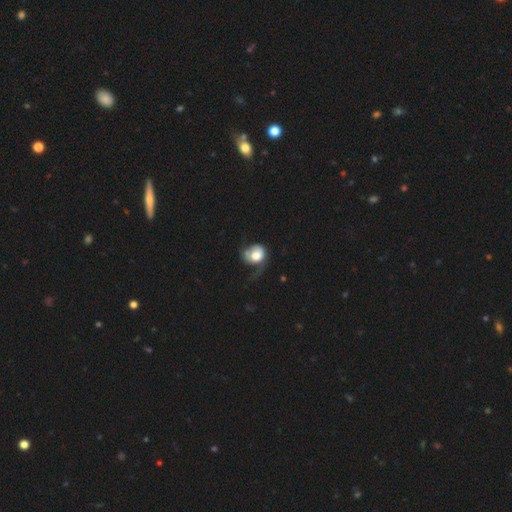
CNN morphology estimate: A smooth galaxy with no disk features (67%) that is round (61%).

Vote fractions:
- Smooth or featured? smooth: 67% / featured or disk: 25% / star or artifact: 8%
- How rounded? round: 61% / in between: 38% / cigar-shaped: 1%
- Merging? major disturbance: 48% / minor disturbance: 24% / none: 23% / merger: 5%